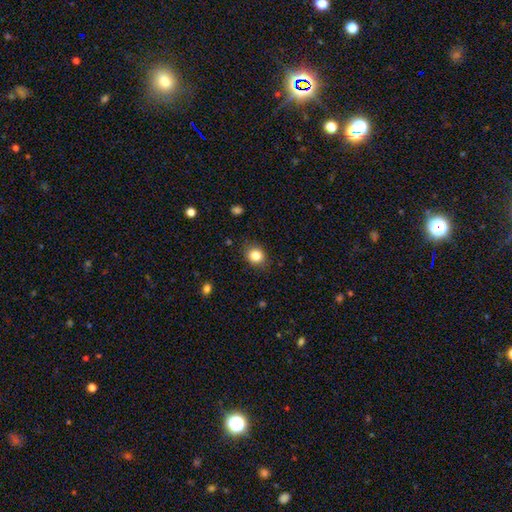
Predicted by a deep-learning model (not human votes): Smooth or featured: smooth — 84% (star or artifact — 10%)
How rounded: round — 62% (in between — 37%)
Merging: none — 82% (minor disturbance — 14%)